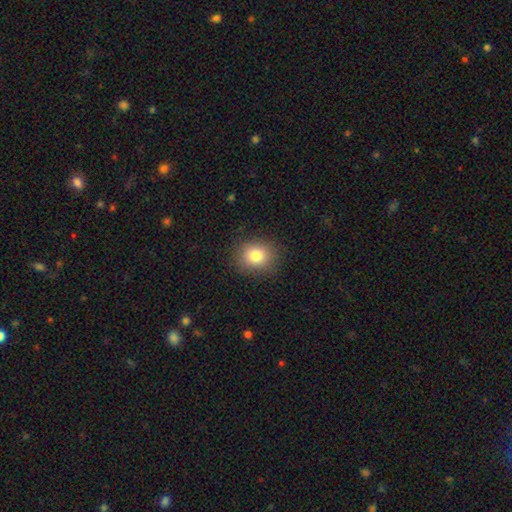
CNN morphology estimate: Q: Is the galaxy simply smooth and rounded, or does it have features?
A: smooth — 82%.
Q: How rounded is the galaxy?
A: round — 71%.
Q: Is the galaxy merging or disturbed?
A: none — 88%.